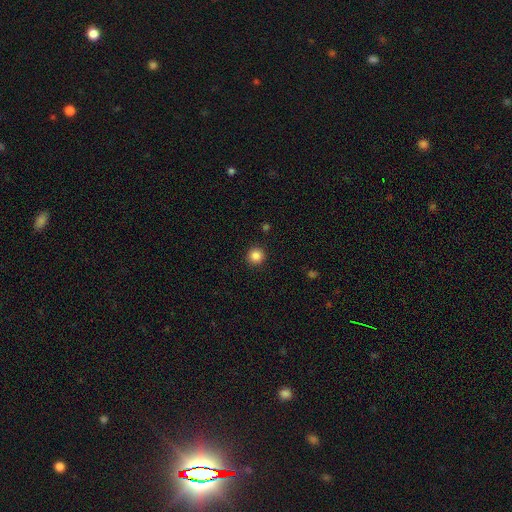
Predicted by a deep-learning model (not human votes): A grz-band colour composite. It shows a smooth galaxy with no disk features (85%) that is round (95%). Merging: none (92%).